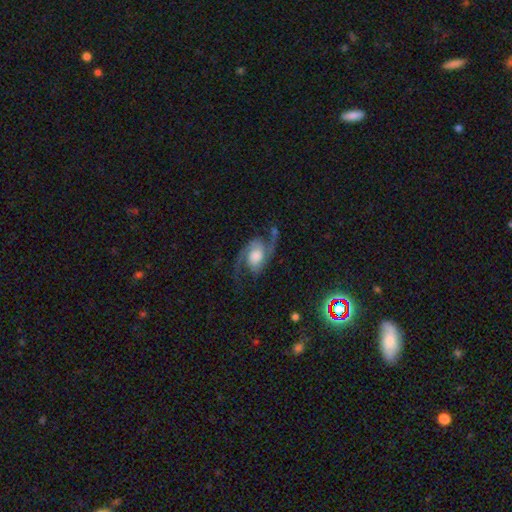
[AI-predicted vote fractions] Morphology: type=featured or disk (89%); edge-on=no (97%); bar=no (68%); spiral arms=yes (98%); winding=medium (48%); arm count=2 (92%); bulge=large (47%); merging=none (69%).